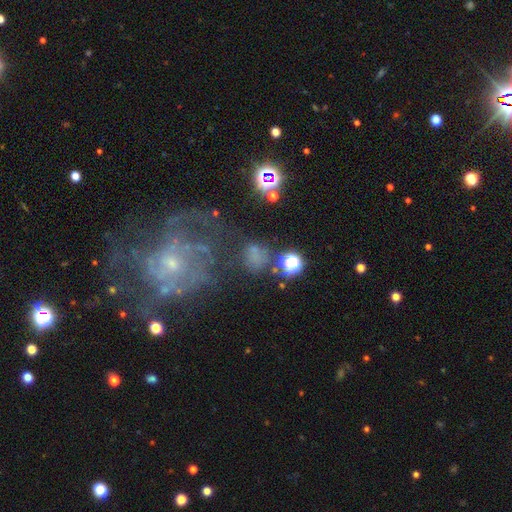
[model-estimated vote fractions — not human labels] Smooth or featured? smooth (47%)
Merging? none (58%)